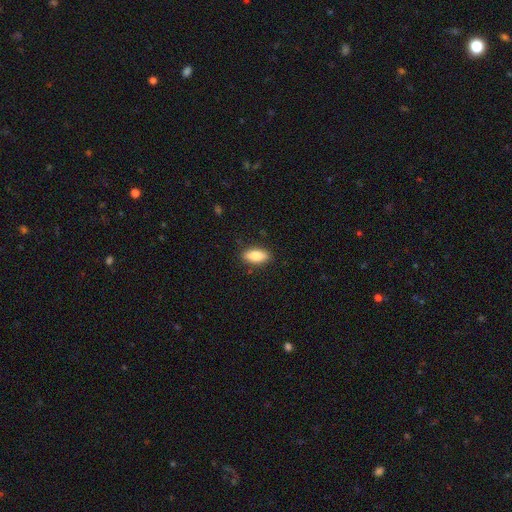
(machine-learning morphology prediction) Q: Smooth or featured?
A: smooth (83%); runner-up: featured or disk (10%)
Q: How rounded?
A: in between (84%); runner-up: cigar-shaped (13%)
Q: Merging?
A: none (86%); runner-up: minor disturbance (10%)